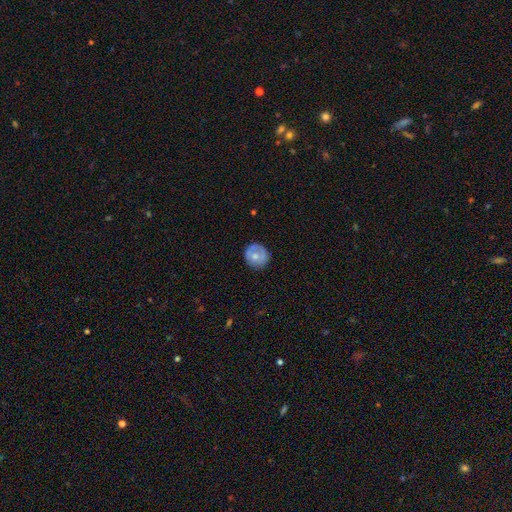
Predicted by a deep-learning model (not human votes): Morphology: type=smooth (60%); roundness=round (89%); merging=none (79%).